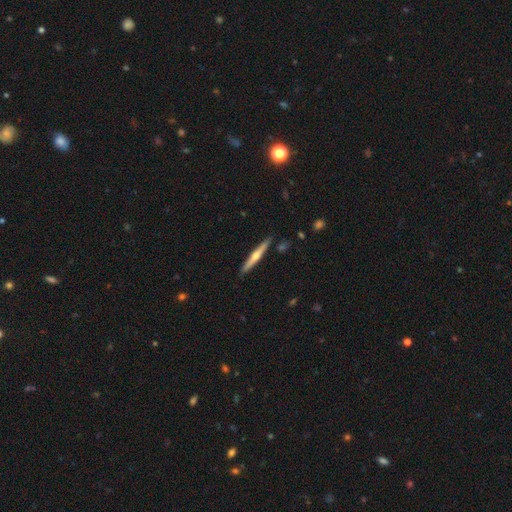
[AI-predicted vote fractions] Overall: featured or disk (62%; smooth 33%). Edge-on disk: yes (97%). Edge-on bulge: rounded (85%). Merging: none (90%).